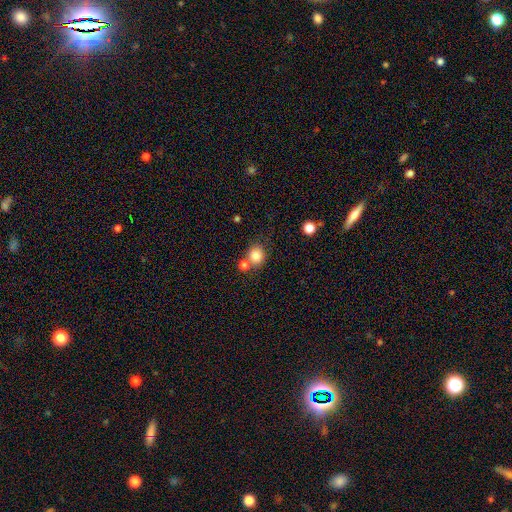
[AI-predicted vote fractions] smooth 82%, star or artifact 11%, featured or disk 7%. Down the decision tree: how rounded — round (80%); merging — none (61%).